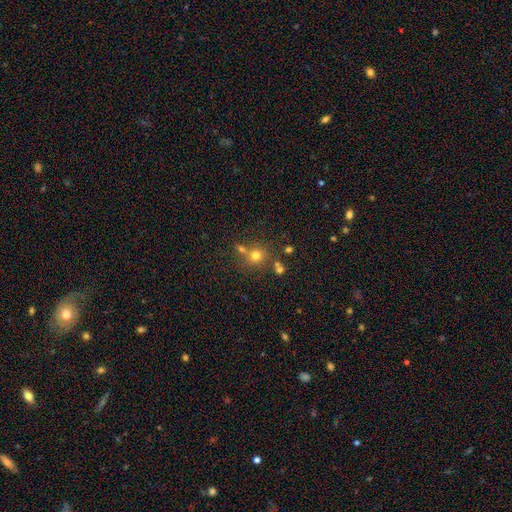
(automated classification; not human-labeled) A smooth galaxy with no disk features (71%) that is round (87%). Merging: none (63%).